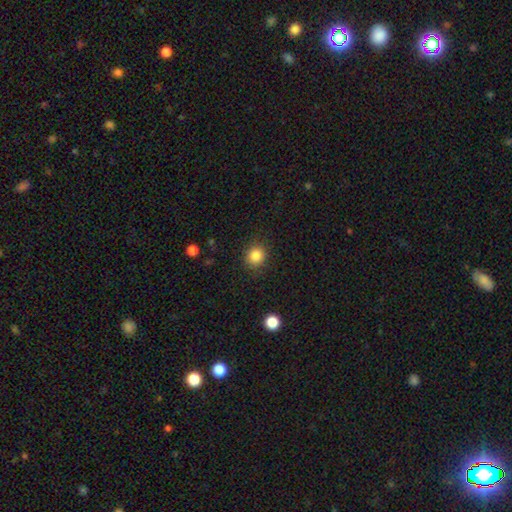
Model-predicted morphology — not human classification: Smooth or featured: smooth — 85% (star or artifact — 10%)
How rounded: round — 83% (in between — 16%)
Merging: none — 87% (minor disturbance — 9%)